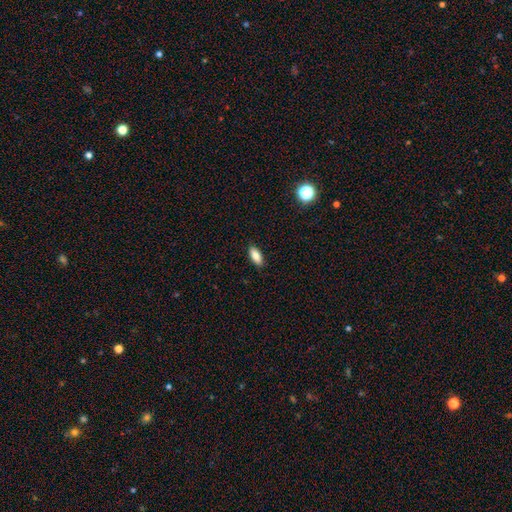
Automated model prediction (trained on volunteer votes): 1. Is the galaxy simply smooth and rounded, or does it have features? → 85% smooth, 8% featured or disk, 7% star or artifact.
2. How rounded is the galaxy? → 82% in between, 16% cigar-shaped, 2% round.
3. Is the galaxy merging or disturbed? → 89% none, 8% minor disturbance, 2% major disturbance, 1% merger.